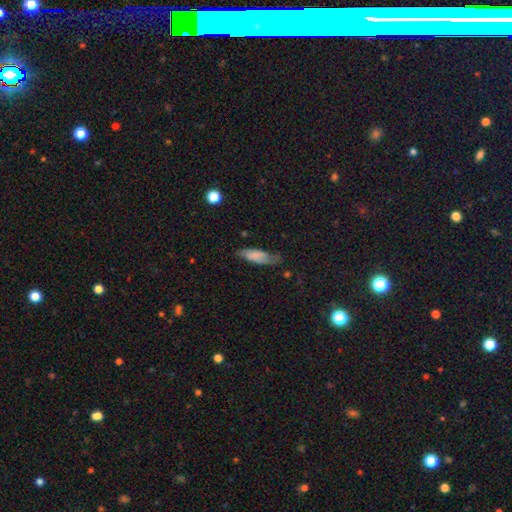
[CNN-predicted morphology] A smooth galaxy with no disk features (66%) that is in between round and cigar-shaped (57%).

Vote fractions:
- Smooth or featured? smooth: 66% / featured or disk: 26% / star or artifact: 7%
- How rounded? in between: 57% / cigar-shaped: 41% / round: 2%
- Merging? none: 55% / minor disturbance: 30% / major disturbance: 12% / merger: 2%